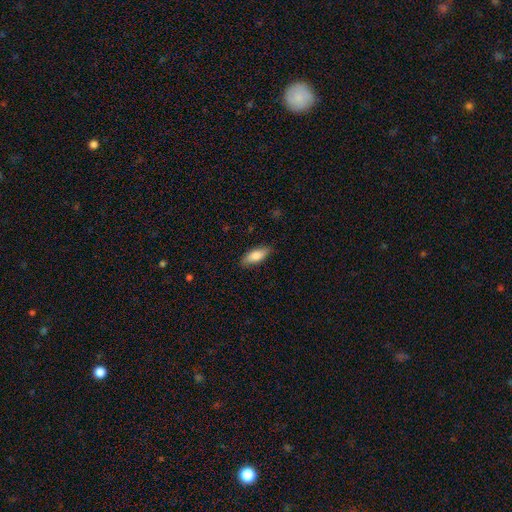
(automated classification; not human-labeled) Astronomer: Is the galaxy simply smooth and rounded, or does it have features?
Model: smooth — 82%.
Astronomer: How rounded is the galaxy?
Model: in between — 78%.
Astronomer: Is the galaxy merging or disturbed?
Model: none — 85%.